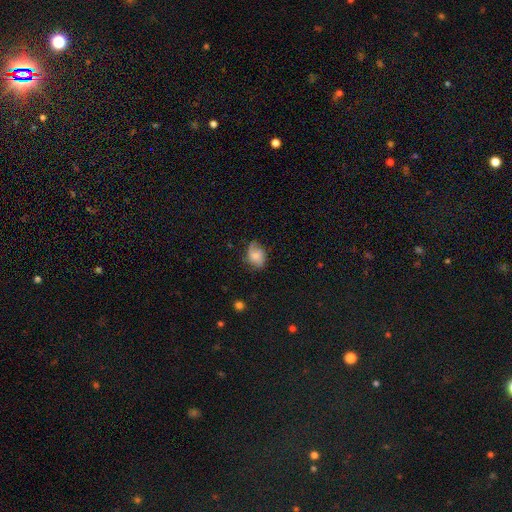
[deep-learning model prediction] The model was most divided on "smooth or featured": smooth: 54%, featured or disk: 37%, star or artifact: 9%. More confident: how rounded — in between (68%); merging — none (62%).